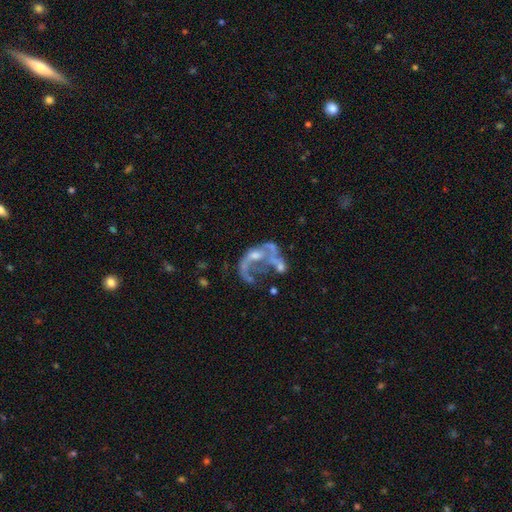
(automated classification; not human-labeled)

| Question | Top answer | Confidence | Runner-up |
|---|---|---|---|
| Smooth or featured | featured or disk | 71% | smooth (15%) |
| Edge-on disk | no | 97% | yes (3%) |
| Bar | no | 81% | weak (15%) |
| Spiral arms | no | 64% | yes (36%) |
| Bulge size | moderate | 33% | none (32%) |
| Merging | major disturbance | 39% | merger (29%) |